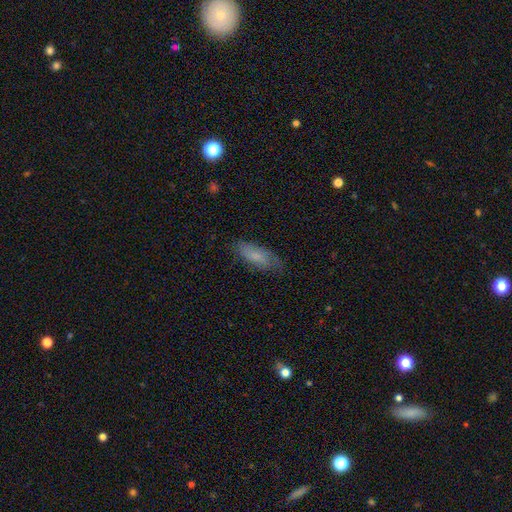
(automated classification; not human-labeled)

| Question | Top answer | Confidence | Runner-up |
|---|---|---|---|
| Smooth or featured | smooth | 69% | featured or disk (24%) |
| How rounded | in between | 68% | cigar-shaped (30%) |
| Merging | none | 72% | minor disturbance (21%) |